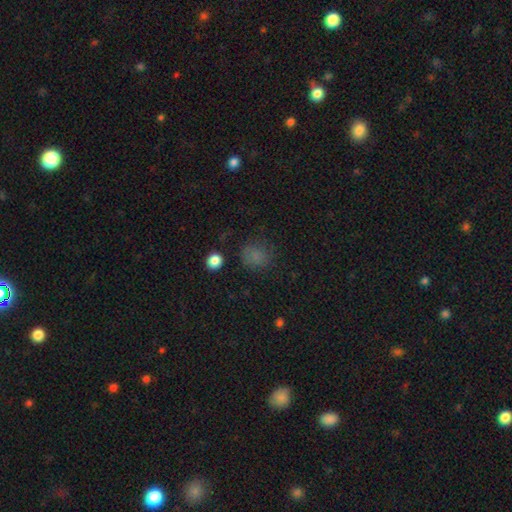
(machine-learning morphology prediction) smooth 75%, star or artifact 17%, featured or disk 7%. Down the decision tree: how rounded — round (77%); merging — none (74%).